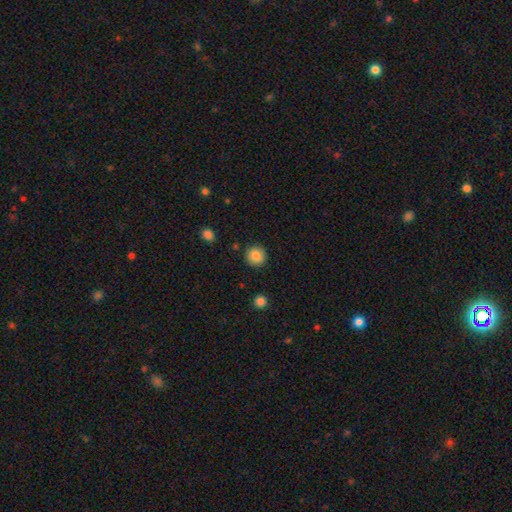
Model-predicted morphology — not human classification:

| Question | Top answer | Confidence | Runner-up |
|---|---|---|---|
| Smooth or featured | smooth | 86% | star or artifact (9%) |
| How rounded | round | 93% | in between (6%) |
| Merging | none | 90% | minor disturbance (6%) |